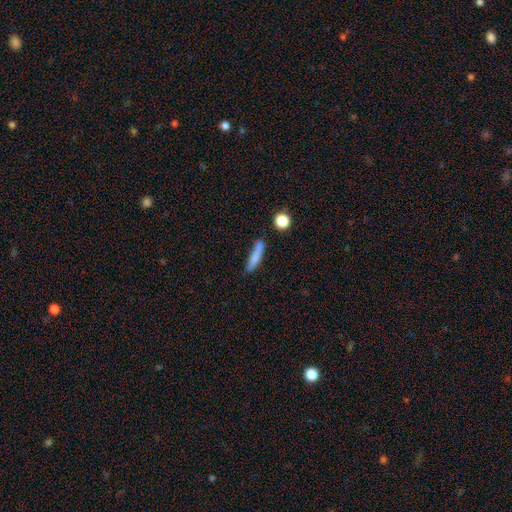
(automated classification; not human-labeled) A smooth galaxy with no disk features (76%) that is cigar-shaped (86%). Merging: none (65%).